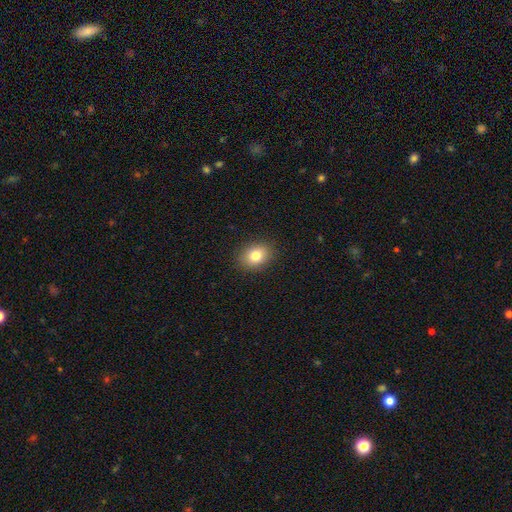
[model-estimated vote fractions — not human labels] Smooth or featured? Predicted: smooth (p=0.80). How rounded? Predicted: in between (p=0.58). Merging? Predicted: none (p=0.89).